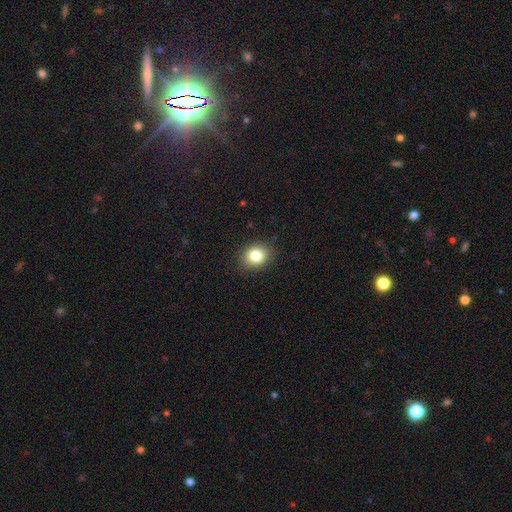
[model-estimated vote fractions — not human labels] This appears to be a smooth galaxy with no disk features (83%) that is round (57%). Merging: none (88%).